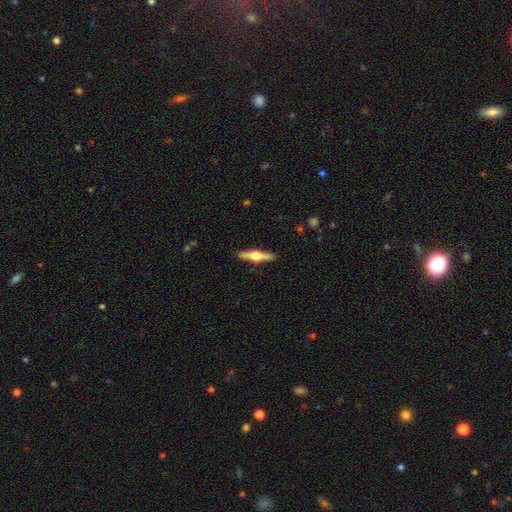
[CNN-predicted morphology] Q: Smooth or featured?
A: featured or disk (73%); runner-up: smooth (22%)
Q: Edge-on disk?
A: yes (98%); runner-up: no (2%)
Q: Edge-on bulge?
A: rounded (95%); runner-up: boxy (4%)
Q: Merging?
A: none (90%); runner-up: minor disturbance (7%)